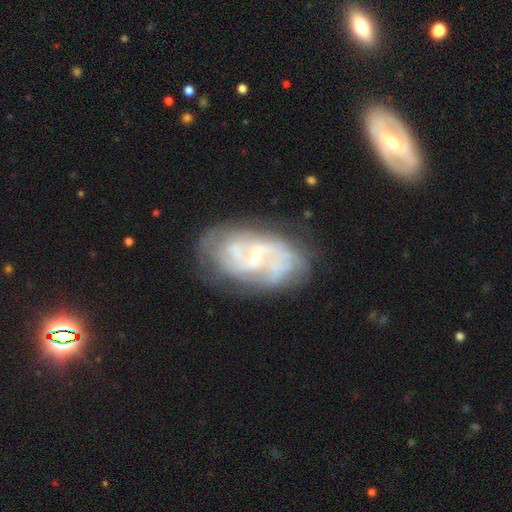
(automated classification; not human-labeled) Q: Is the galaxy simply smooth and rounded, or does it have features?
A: featured or disk — 79%.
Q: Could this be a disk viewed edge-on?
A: no — 97%.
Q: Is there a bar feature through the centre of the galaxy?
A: weak — 52%.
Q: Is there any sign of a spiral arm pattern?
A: yes — 85%.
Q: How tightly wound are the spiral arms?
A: medium — 42%.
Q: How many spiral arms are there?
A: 2 — 39%.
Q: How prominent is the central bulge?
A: small — 71%.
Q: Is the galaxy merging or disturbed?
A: none — 62%.